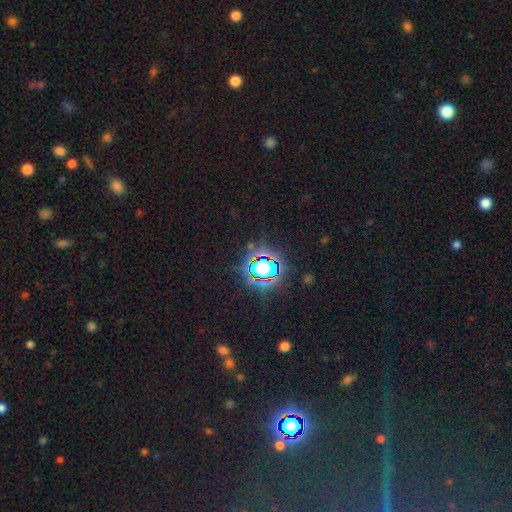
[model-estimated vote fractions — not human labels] The model was most divided on "smooth or featured": star or artifact: 81%, smooth: 12%, featured or disk: 7%.